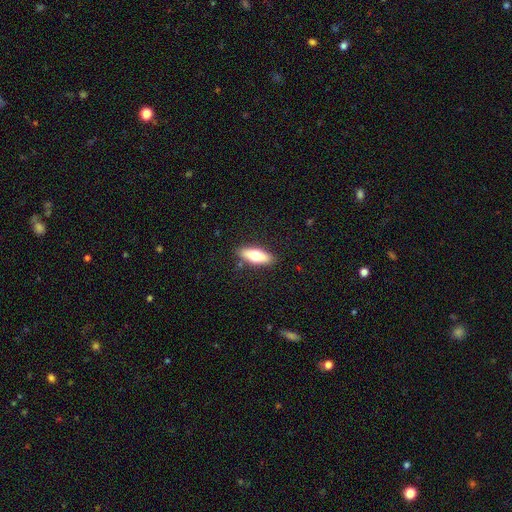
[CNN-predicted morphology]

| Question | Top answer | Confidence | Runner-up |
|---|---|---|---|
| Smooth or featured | smooth | 67% | featured or disk (27%) |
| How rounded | in between | 62% | cigar-shaped (35%) |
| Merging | none | 86% | minor disturbance (10%) |